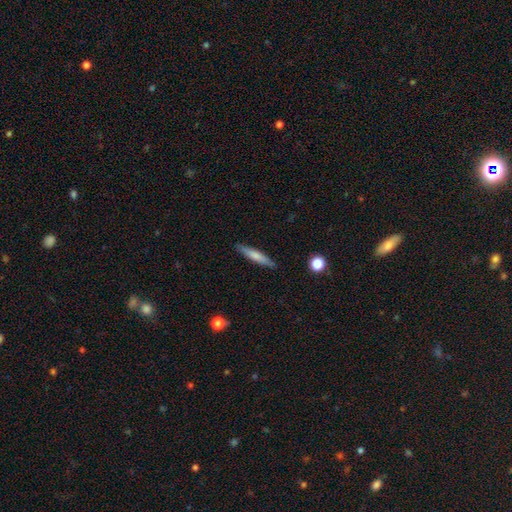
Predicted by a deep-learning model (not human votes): This appears to be a smooth galaxy with no disk features (67%) that is cigar-shaped (90%). Merging: none (88%).